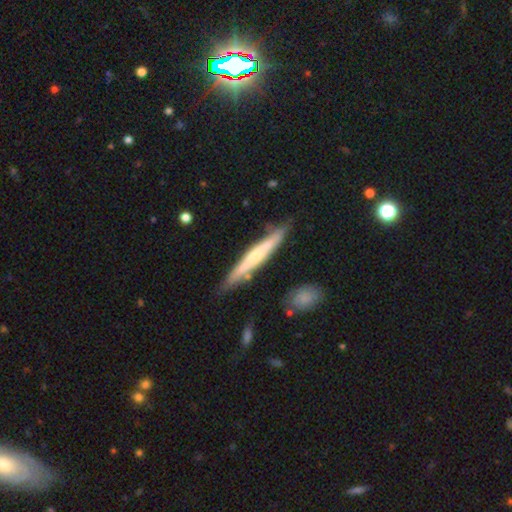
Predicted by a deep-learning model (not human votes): smooth-or-featured: featured or disk: 53% | smooth: 41% | star or artifact: 6%
  disk-edge-on: yes: 92% | no: 8%
  merging: none: 79% | minor disturbance: 15% | merger: 4% | major disturbance: 3%